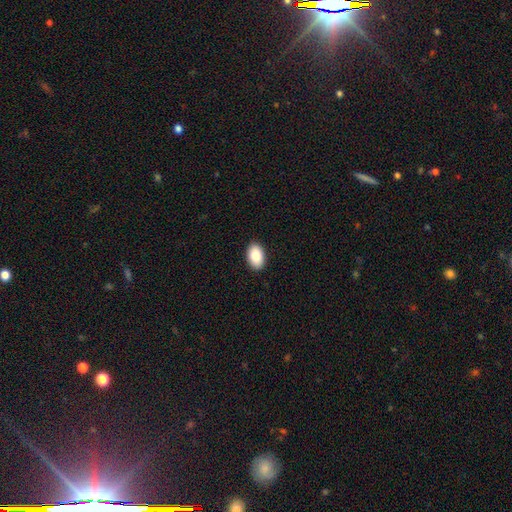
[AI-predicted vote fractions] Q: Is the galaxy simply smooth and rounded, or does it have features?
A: smooth — 90%.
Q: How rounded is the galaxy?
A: in between — 93%.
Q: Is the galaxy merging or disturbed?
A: none — 90%.